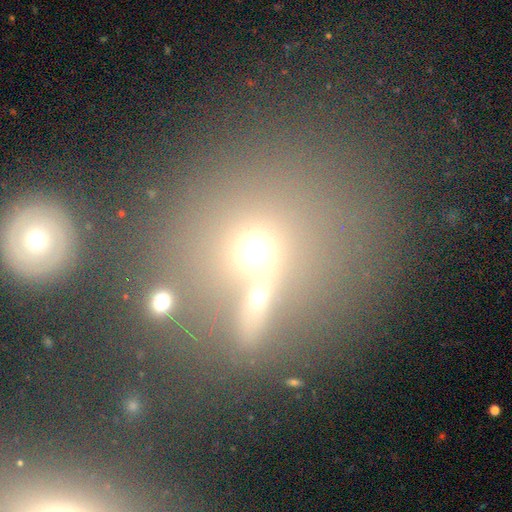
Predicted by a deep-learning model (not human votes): Smooth or featured? Predicted: smooth (p=0.63). How rounded? Predicted: round (p=0.70). Merging? Predicted: merger (p=0.42).